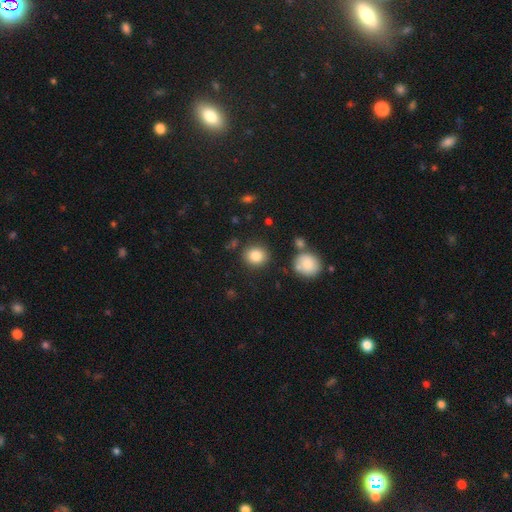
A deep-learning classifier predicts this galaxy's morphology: smooth-or-featured: smooth: 84% | star or artifact: 10% | featured or disk: 7%
  how-rounded: round: 82% | in between: 17% | cigar-shaped: 1%
  merging: none: 86% | minor disturbance: 8% | merger: 3% | major disturbance: 3%